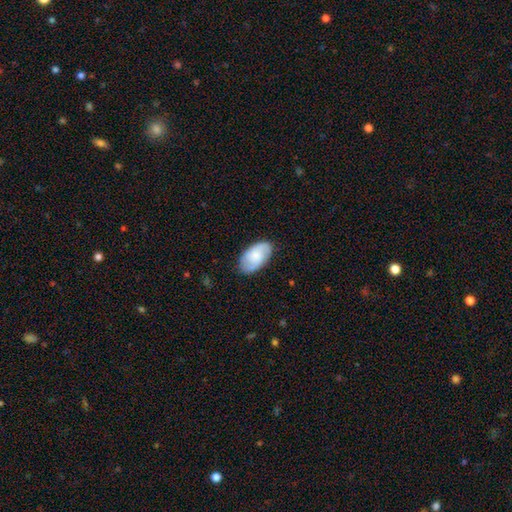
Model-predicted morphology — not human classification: A smooth galaxy with no disk features (51%) that is in between round and cigar-shaped (94%). Merging: none (82%).